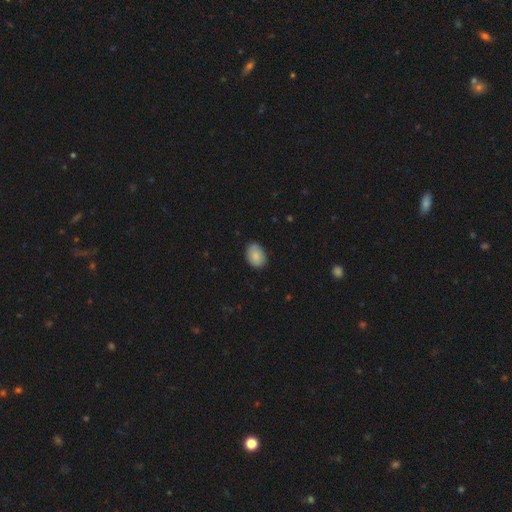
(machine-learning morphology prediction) smooth_or_featured: smooth (p=0.86) [alt: featured or disk p=0.07]
how_rounded: in between (p=0.78) [alt: round p=0.21]
merging: none (p=0.82) [alt: minor disturbance p=0.15]